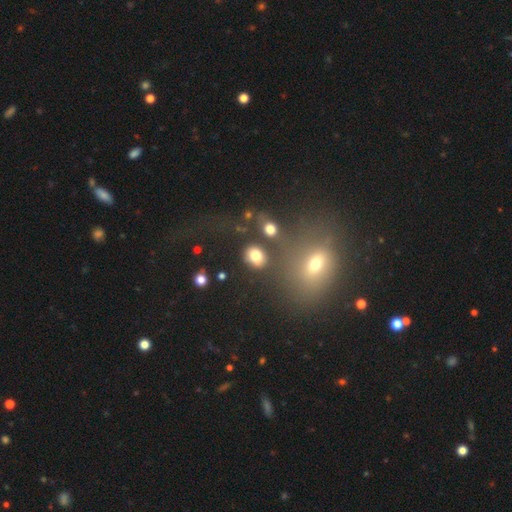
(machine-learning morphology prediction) smooth_or_featured: smooth (p=0.79) [alt: star or artifact p=0.12]
how_rounded: in between (p=0.50) [alt: round p=0.49]
merging: none (p=0.70) [alt: minor disturbance p=0.13]